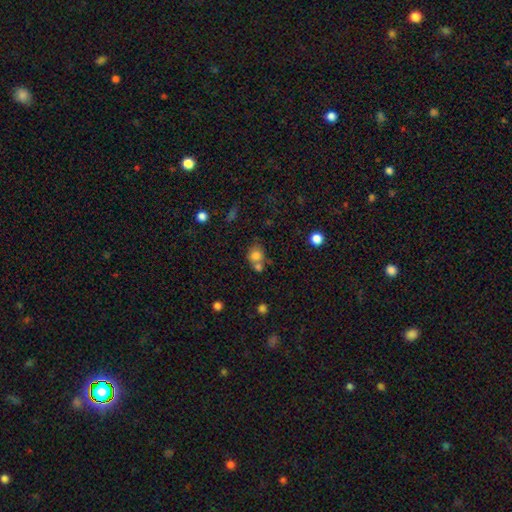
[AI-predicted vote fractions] A smooth galaxy with no disk features (77%) that is round (66%).

Vote fractions:
- Smooth or featured? smooth: 77% / star or artifact: 12% / featured or disk: 10%
- How rounded? round: 66% / in between: 33% / cigar-shaped: 1%
- Merging? none: 43% / merger: 41% / minor disturbance: 11% / major disturbance: 5%